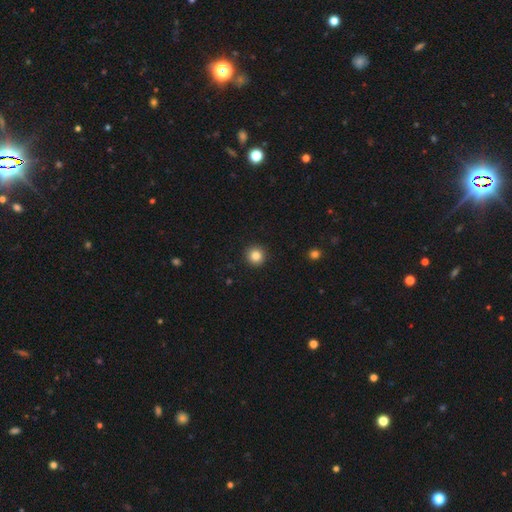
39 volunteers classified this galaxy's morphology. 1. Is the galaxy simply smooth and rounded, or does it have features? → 79% smooth, 10% featured or disk, 10% star or artifact.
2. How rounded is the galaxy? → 100% round, 0% in between, 0% cigar-shaped.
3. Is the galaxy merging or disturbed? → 86% none, 9% minor disturbance, 6% major disturbance, 0% merger.